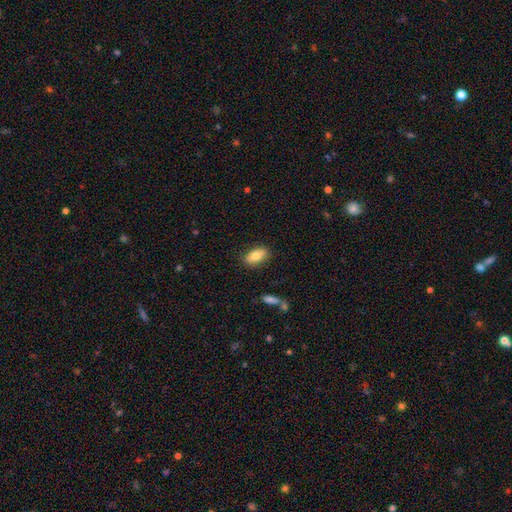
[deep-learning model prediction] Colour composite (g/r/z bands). It shows a smooth galaxy with no disk features (77%) that is in between round and cigar-shaped (89%). Merging: none (85%).